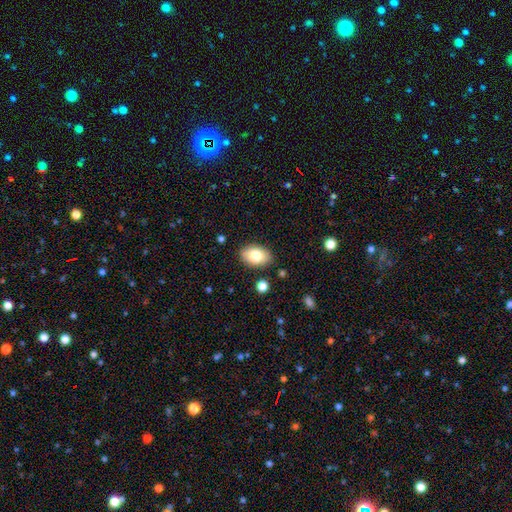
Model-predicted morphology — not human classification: A smooth galaxy with no disk features (79%) that is in between round and cigar-shaped (89%).

Vote fractions:
- Smooth or featured? smooth: 79% / featured or disk: 13% / star or artifact: 7%
- How rounded? in between: 89% / round: 10% / cigar-shaped: 1%
- Merging? none: 86% / minor disturbance: 10% / major disturbance: 2% / merger: 2%